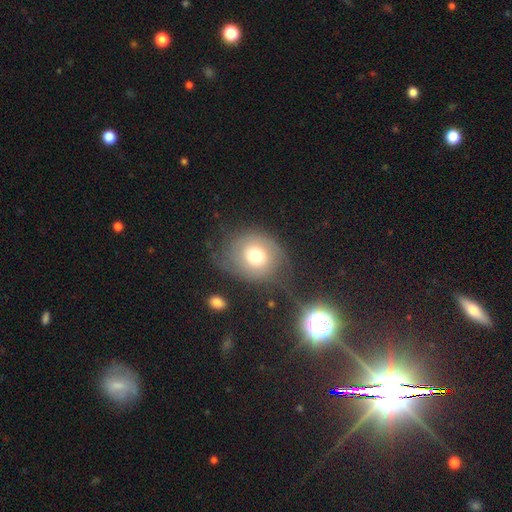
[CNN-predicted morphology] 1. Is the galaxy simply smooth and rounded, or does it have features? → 59% smooth, 31% featured or disk, 10% star or artifact.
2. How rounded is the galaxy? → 67% round, 31% in between, 1% cigar-shaped.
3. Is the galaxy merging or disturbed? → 55% none, 21% minor disturbance, 19% major disturbance, 5% merger.